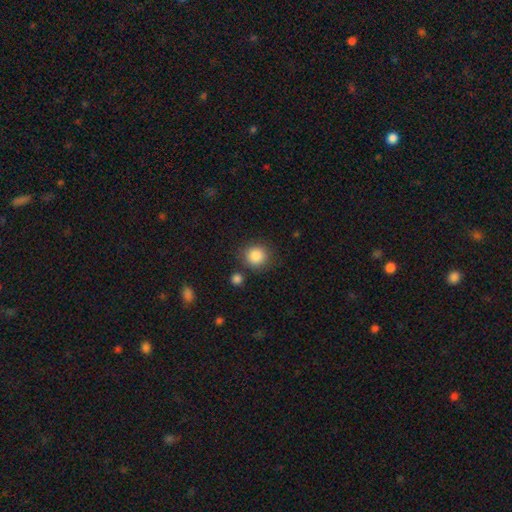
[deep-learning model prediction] smooth_or_featured: smooth (p=0.87) [alt: star or artifact p=0.09]
how_rounded: round (p=0.89) [alt: in between p=0.10]
merging: none (p=0.81) [alt: minor disturbance p=0.10]